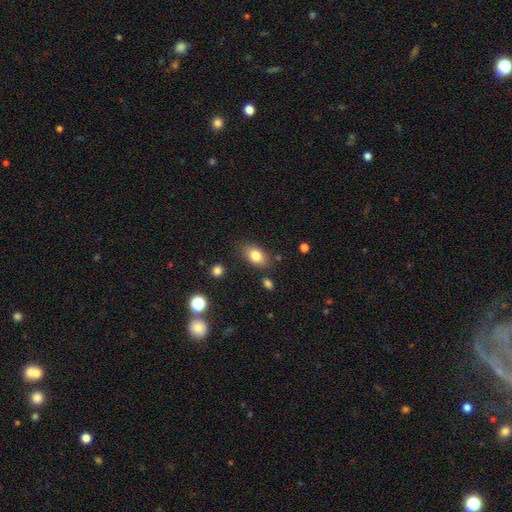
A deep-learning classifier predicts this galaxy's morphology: A smooth galaxy with no disk features (81%) that is in between round and cigar-shaped (85%). Merging: none (79%).